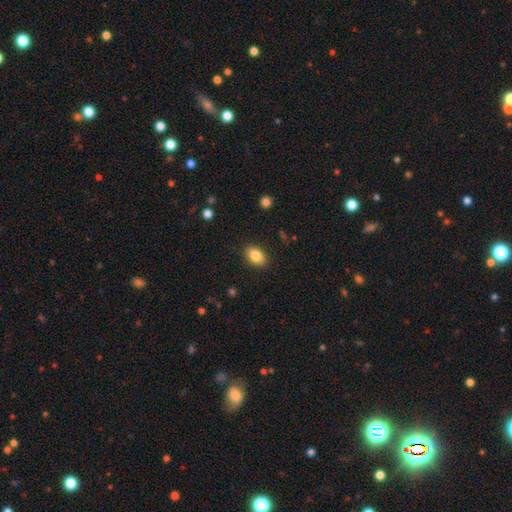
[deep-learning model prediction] A smooth galaxy with no disk features (84%) that is in between round and cigar-shaped (87%). Merging: none (88%).